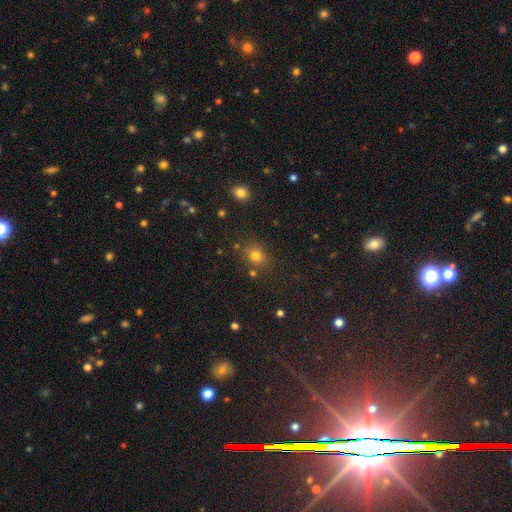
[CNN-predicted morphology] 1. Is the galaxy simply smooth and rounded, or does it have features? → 74% smooth, 19% star or artifact, 7% featured or disk.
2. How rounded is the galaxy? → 65% round, 34% in between, 1% cigar-shaped.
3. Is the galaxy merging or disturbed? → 79% none, 12% minor disturbance, 6% merger, 4% major disturbance.